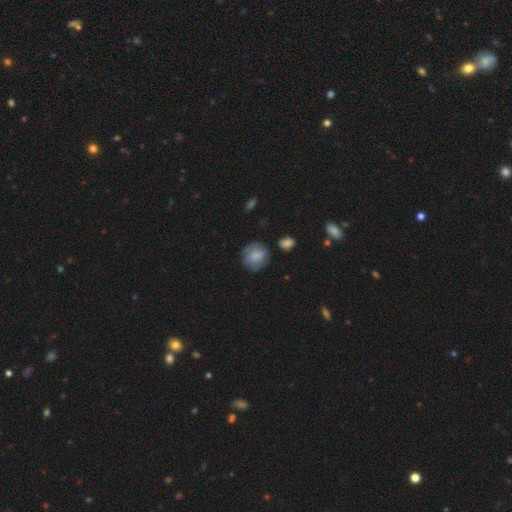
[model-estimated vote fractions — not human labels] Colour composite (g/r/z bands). It shows a smooth galaxy with no disk features (76%) that is round (81%). Merging: none (72%).